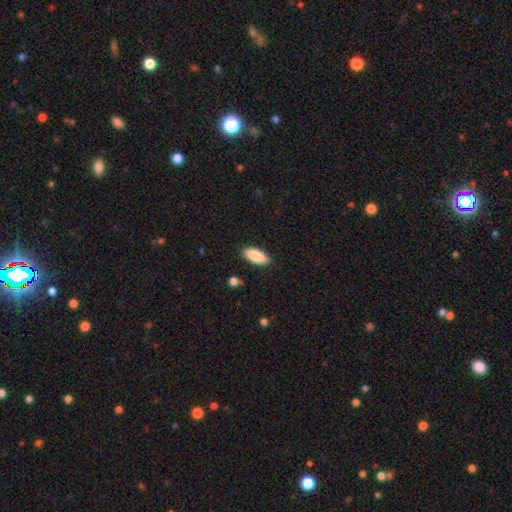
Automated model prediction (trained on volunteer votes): smooth-or-featured: smooth: 88% | featured or disk: 6% | star or artifact: 6%
  how-rounded: in between: 85% | cigar-shaped: 13% | round: 2%
  merging: none: 87% | minor disturbance: 10% | major disturbance: 2% | merger: 1%